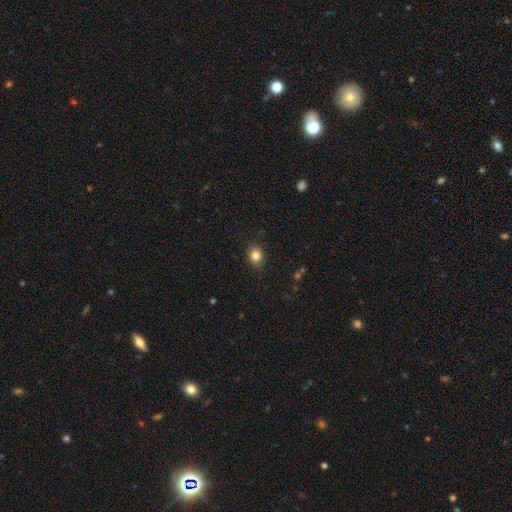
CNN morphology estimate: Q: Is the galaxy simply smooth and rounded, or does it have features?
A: smooth — 83%.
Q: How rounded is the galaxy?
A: round — 61%.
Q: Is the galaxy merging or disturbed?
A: none — 88%.